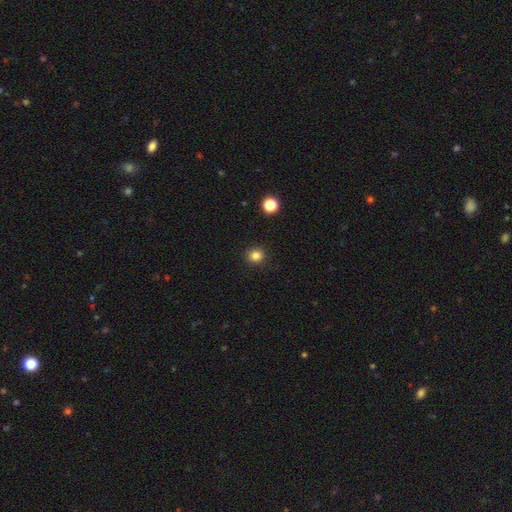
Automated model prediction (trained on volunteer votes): This is clearly a smooth galaxy (83%). How rounded: clearly round (87%). Merging: clearly none (91%).